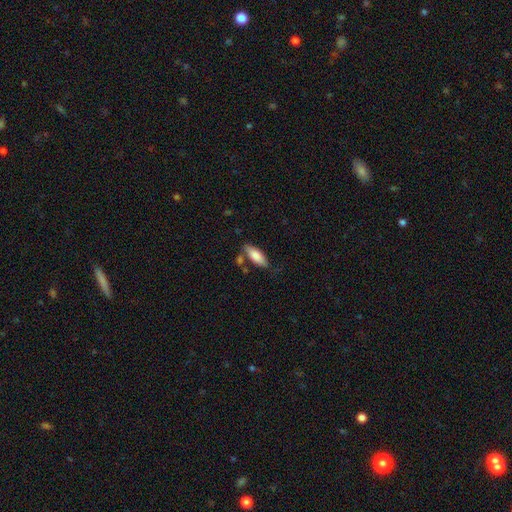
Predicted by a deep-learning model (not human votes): smooth-or-featured: smooth: 81% | featured or disk: 13% | star or artifact: 6%
  how-rounded: in between: 72% | cigar-shaped: 26% | round: 2%
  merging: none: 63% | minor disturbance: 21% | merger: 11% | major disturbance: 6%